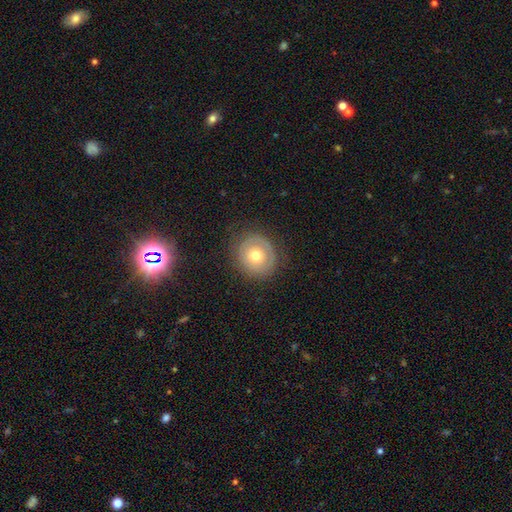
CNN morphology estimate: Smooth or featured? smooth (55%)
How rounded? round (84%)
Merging? none (78%)